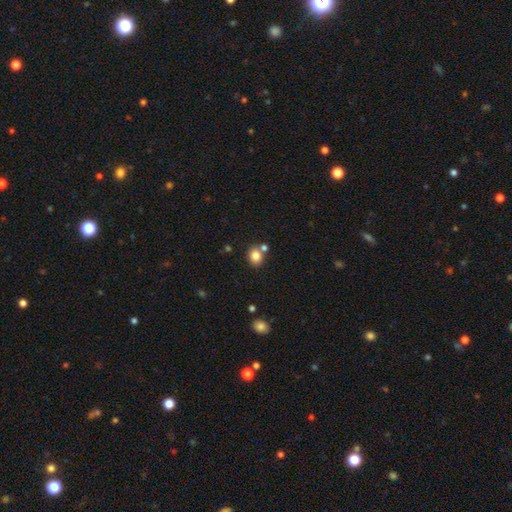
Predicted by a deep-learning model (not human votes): A smooth galaxy with no disk features (82%) that is round (62%). Merging: none (66%).